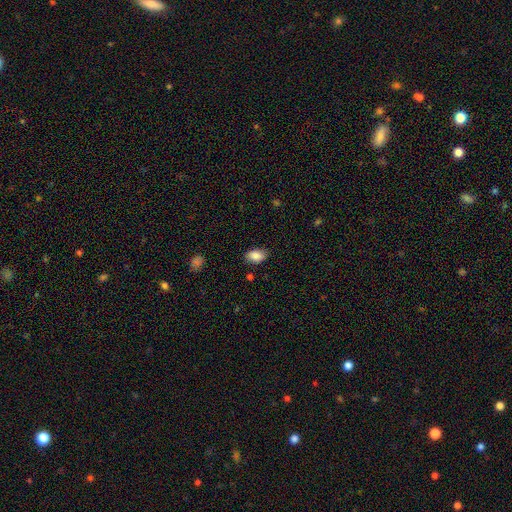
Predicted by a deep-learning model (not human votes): A smooth galaxy with no disk features (87%) that is in between round and cigar-shaped (91%).

Vote fractions:
- Smooth or featured? smooth: 87% / star or artifact: 8% / featured or disk: 6%
- How rounded? in between: 91% / round: 7% / cigar-shaped: 2%
- Merging? none: 83% / minor disturbance: 13% / major disturbance: 3% / merger: 1%